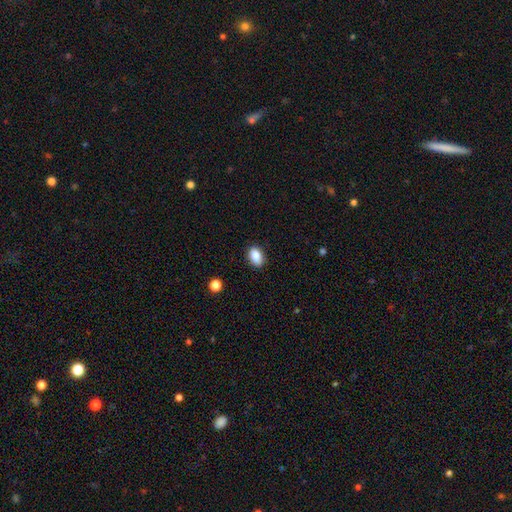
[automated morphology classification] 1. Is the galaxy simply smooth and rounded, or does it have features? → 88% smooth, 8% star or artifact, 4% featured or disk.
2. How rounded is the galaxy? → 88% in between, 11% round, 2% cigar-shaped.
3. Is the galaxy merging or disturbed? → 85% none, 12% minor disturbance, 2% major disturbance, 1% merger.